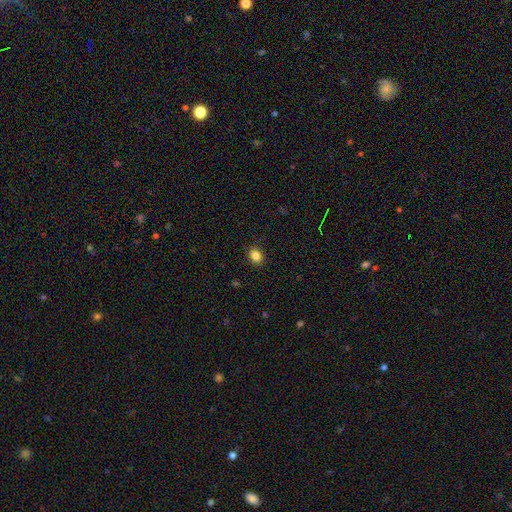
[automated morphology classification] Q: Smooth or featured?
A: smooth (84%); runner-up: star or artifact (11%)
Q: How rounded?
A: round (50%); runner-up: in between (49%)
Q: Merging?
A: none (88%); runner-up: minor disturbance (9%)